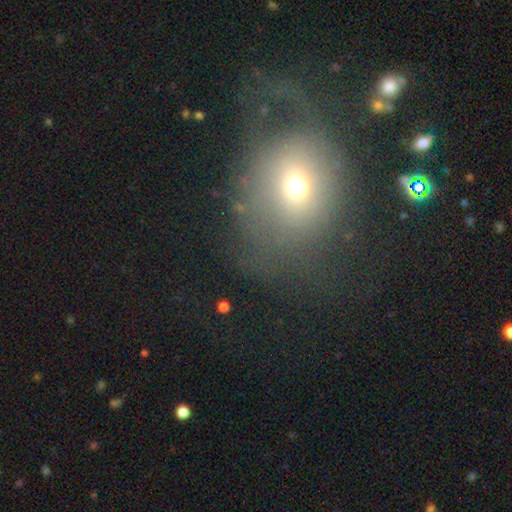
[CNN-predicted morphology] smooth_or_featured: smooth (p=0.55) [alt: star or artifact p=0.24]
how_rounded: round (p=0.66) [alt: in between p=0.33]
merging: none (p=0.46) [alt: major disturbance p=0.30]